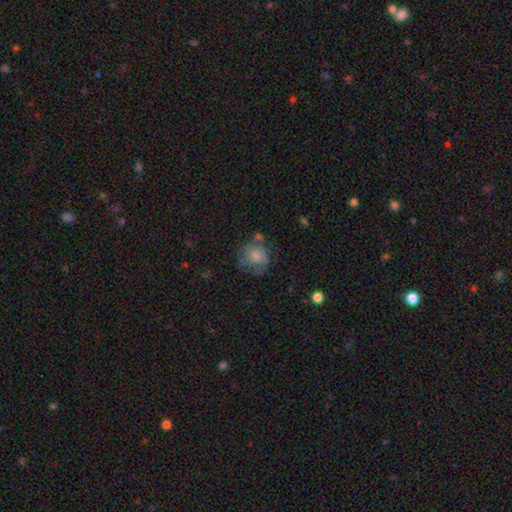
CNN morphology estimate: A smooth galaxy with no disk features (62%) that is round (80%). Merging: none (51%).